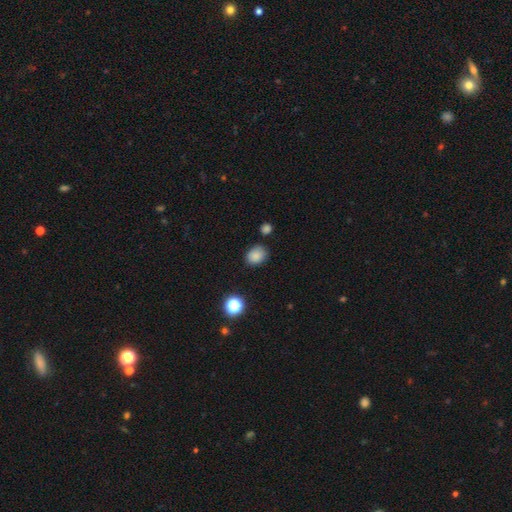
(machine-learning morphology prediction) Smooth or featured? smooth (84%)
How rounded? in between (56%)
Merging? none (76%)